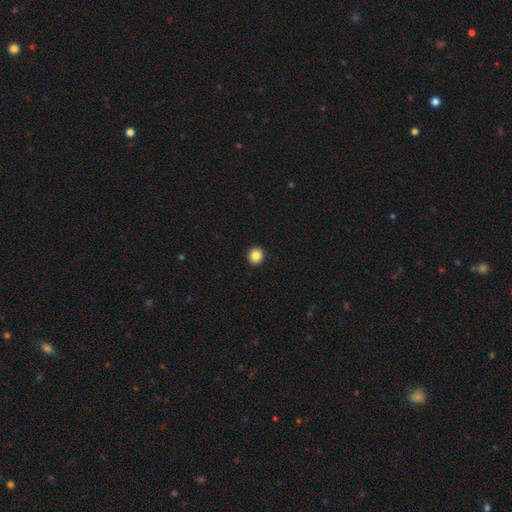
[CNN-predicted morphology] Overall: smooth (85%). How rounded: round (88%). Merging: none (94%).